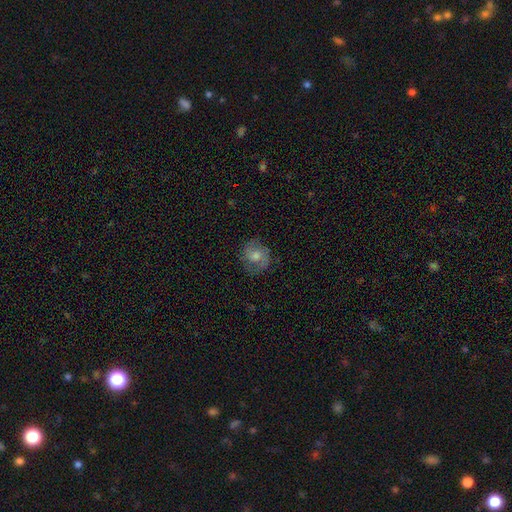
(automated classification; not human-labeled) A featured or disk galaxy (59%) with no bar (65%), spiral arms (87%) and a moderate central bulge (61%).

Vote fractions:
- Smooth or featured? featured or disk: 59% / smooth: 30% / star or artifact: 11%
- Edge-on disk? no: 97% / yes: 3%
- Bar? no: 65% / weak: 30% / strong: 6%
- Spiral arms? yes: 87% / no: 13%
- Bulge size? moderate: 61% / small: 23% / large: 11% / none: 4% / dominant: 2%
- Merging? none: 79% / minor disturbance: 14% / major disturbance: 6% / merger: 1%